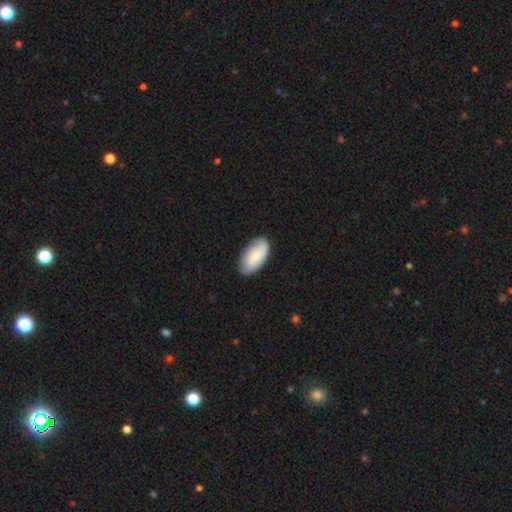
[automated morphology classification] This is likely a smooth galaxy (74%). How rounded: clearly in between (95%). Merging: clearly none (83%).